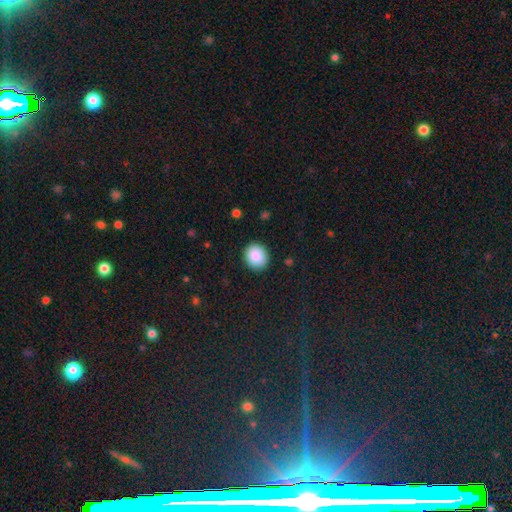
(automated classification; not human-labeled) Smooth or featured: smooth — 88% (star or artifact — 8%)
How rounded: round — 83% (in between — 16%)
Merging: none — 90% (minor disturbance — 7%)